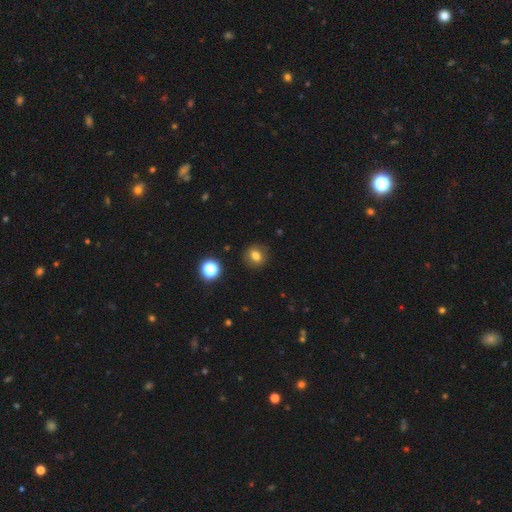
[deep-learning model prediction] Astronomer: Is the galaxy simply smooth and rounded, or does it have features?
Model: smooth — 75%.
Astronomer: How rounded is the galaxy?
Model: round — 75%.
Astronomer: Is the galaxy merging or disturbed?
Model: none — 87%.